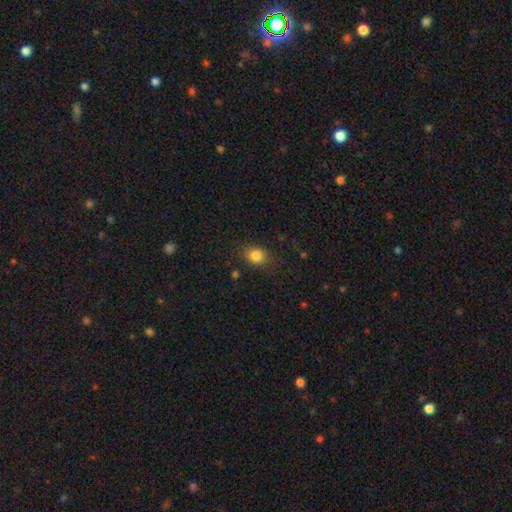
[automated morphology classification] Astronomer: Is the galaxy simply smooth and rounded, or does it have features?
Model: smooth — 84%.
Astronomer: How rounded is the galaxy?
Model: round — 56% (runner-up: in between, 43%).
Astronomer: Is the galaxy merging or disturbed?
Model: none — 80%.